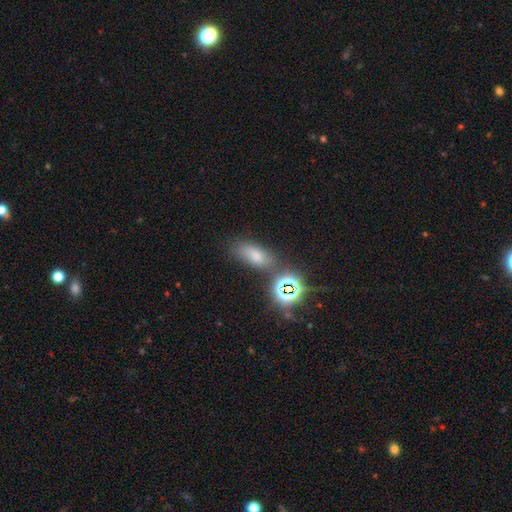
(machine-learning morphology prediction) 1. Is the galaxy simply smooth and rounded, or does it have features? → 52% smooth, 36% star or artifact, 12% featured or disk.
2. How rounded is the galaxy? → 77% in between, 12% cigar-shaped, 11% round.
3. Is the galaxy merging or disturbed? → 67% none, 16% minor disturbance, 11% merger, 6% major disturbance.